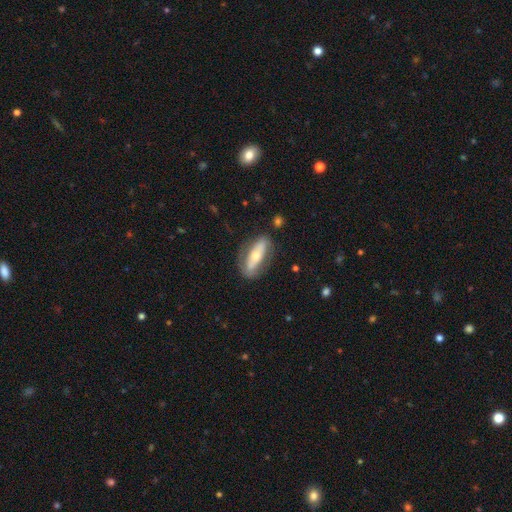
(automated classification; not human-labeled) This is possibly a featured or disk galaxy (50%). It is likely not viewed edge-on (65%). Merging: likely none (76%).